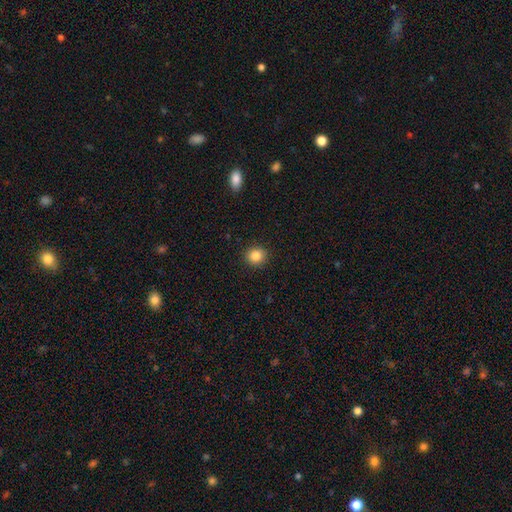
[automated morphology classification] A smooth galaxy with no disk features (85%) that is round (89%). Merging: none (92%).